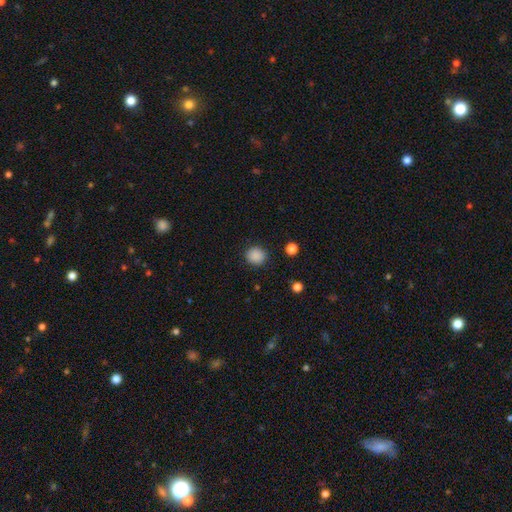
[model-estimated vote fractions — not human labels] This is clearly a smooth galaxy (87%). How rounded: clearly round (87%). Merging: clearly none (90%).